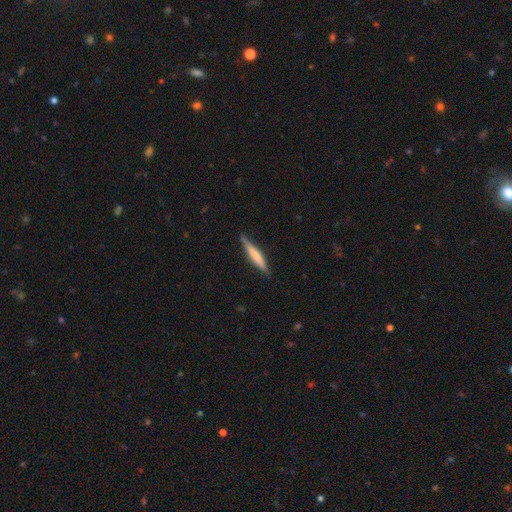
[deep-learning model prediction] Smooth or featured: smooth — 58% (featured or disk — 36%)
How rounded: cigar-shaped — 93% (in between — 6%)
Merging: none — 84% (minor disturbance — 12%)